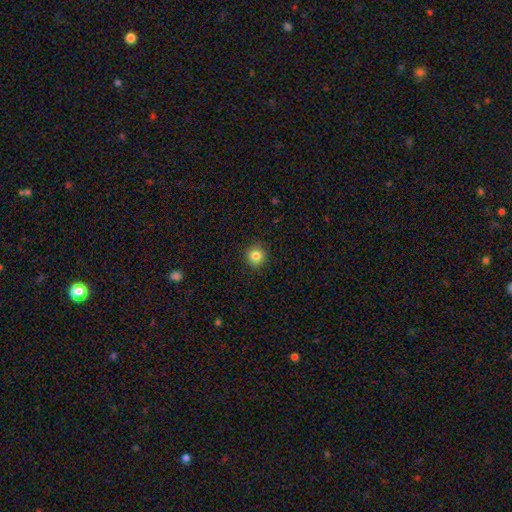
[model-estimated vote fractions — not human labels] smooth 82%, star or artifact 11%, featured or disk 7%. Down the decision tree: how rounded — round (93%); merging — none (91%).